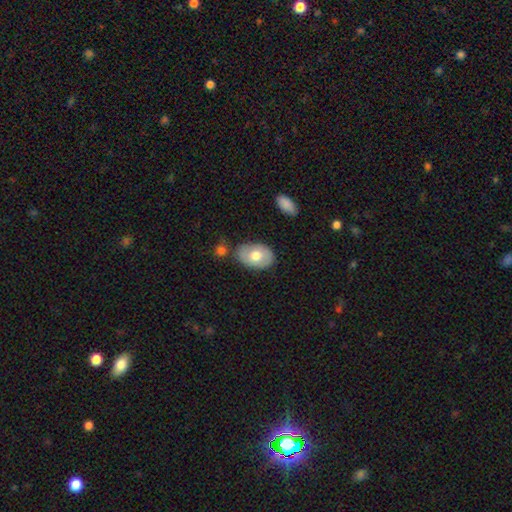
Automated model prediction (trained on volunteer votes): Smooth or featured?
  - smooth: 65% *
  - featured or disk: 29%
  - star or artifact: 6%
How rounded?
  - in between: 85% *
  - round: 14%
  - cigar-shaped: 1%
Merging?
  - none: 74% *
  - minor disturbance: 16%
  - merger: 7%
  - major disturbance: 4%